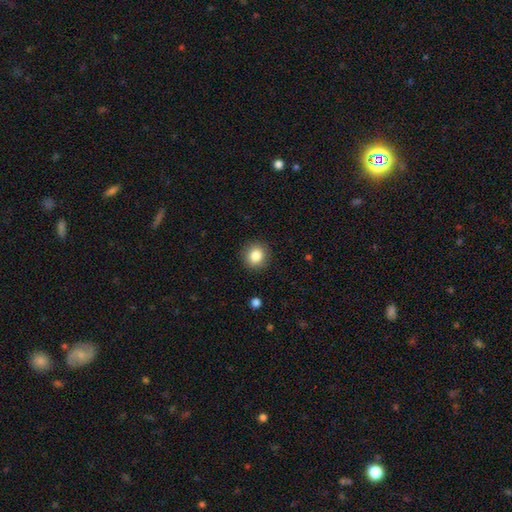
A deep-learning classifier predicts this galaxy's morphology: The model was most divided on "smooth or featured": smooth: 85%, star or artifact: 9%, featured or disk: 6%. More confident: merging — none (90%); how rounded — round (90%).